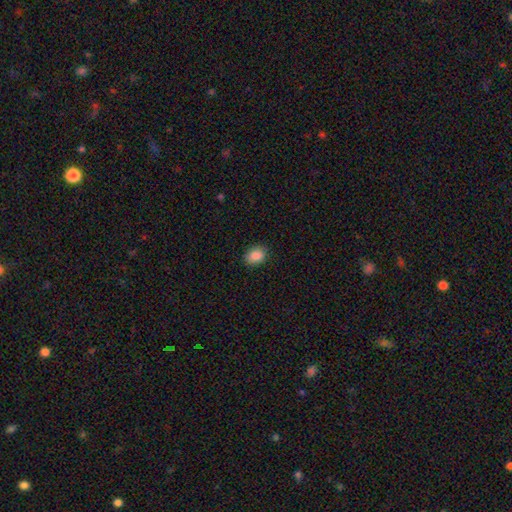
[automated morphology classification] type=smooth (87%); roundness=in between (69%); merging=none (87%).